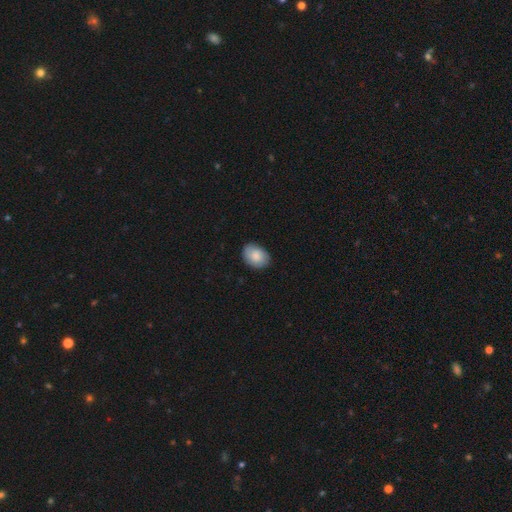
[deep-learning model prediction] The model was most divided on "how rounded": in between: 75%, round: 24%, cigar-shaped: 1%. More confident: smooth or featured — smooth (81%); merging — none (80%).